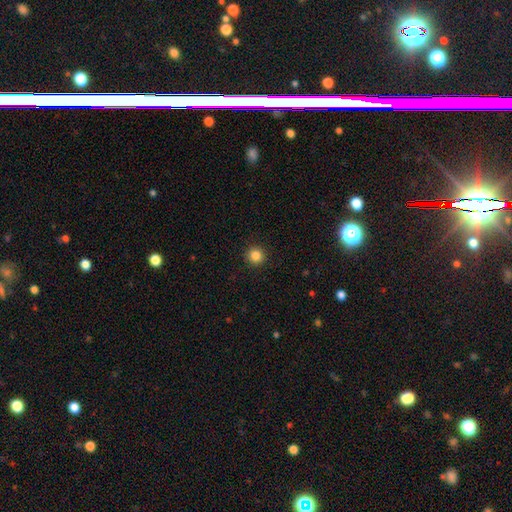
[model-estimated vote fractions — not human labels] smooth 85%, star or artifact 11%, featured or disk 4%. Down the decision tree: how rounded — round (94%); merging — none (92%).